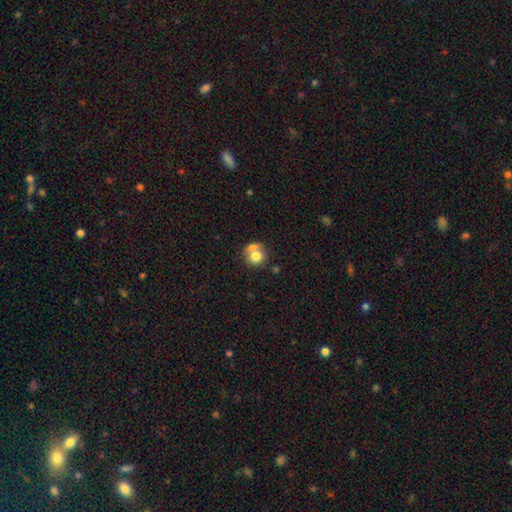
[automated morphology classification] Smooth or featured? Predicted: smooth (p=0.75). How rounded? Predicted: round (p=0.81). Merging? Predicted: merger (p=0.43).